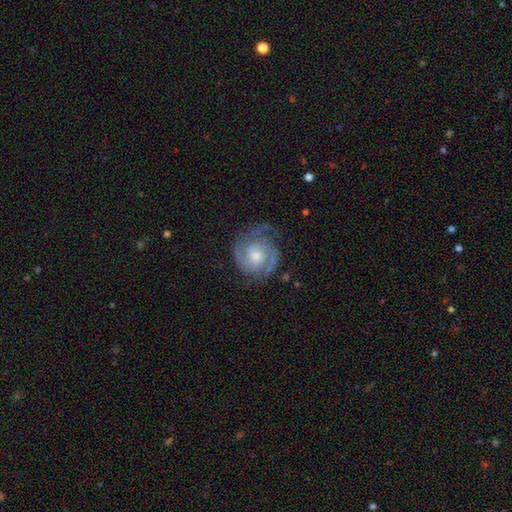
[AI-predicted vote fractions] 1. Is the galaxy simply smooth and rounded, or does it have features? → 88% featured or disk, 7% smooth, 5% star or artifact.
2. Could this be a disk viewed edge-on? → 98% no, 2% yes.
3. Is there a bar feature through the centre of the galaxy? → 69% no, 26% weak, 5% strong.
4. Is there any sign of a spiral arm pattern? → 98% yes, 2% no.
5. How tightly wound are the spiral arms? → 55% tight, 38% medium, 6% loose.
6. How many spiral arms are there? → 83% 2, 7% 3, 5% can't tell, 2% 1, 2% 4, 2% more than 4.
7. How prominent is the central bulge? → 54% moderate, 39% small, 4% large, 2% none, 1% dominant.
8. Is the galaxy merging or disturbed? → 76% none, 16% minor disturbance, 7% major disturbance, 1% merger.